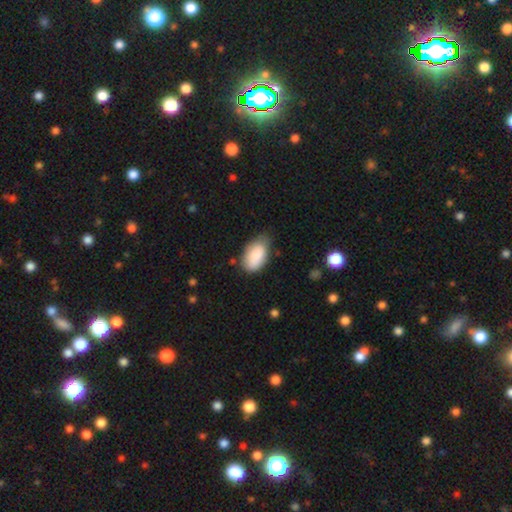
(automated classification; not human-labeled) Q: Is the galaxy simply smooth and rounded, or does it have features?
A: smooth — 85%.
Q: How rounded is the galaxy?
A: in between — 94%.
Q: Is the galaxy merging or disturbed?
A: none — 60%.